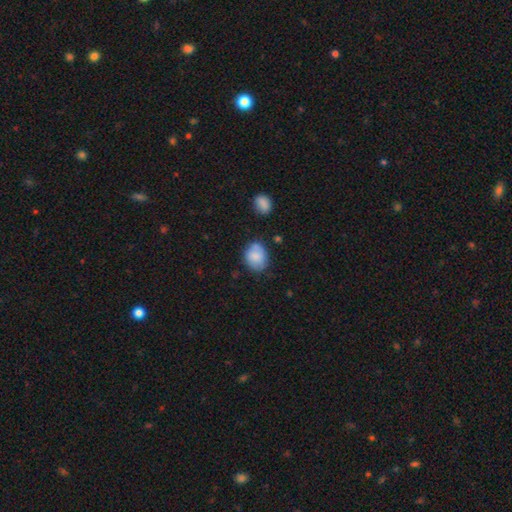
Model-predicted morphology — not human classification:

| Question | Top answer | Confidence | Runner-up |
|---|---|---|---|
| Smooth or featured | smooth | 80% | featured or disk (12%) |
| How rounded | in between | 54% | round (45%) |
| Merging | none | 64% | minor disturbance (25%) |